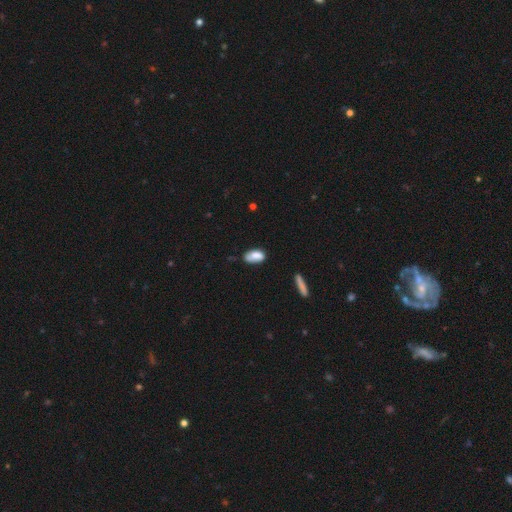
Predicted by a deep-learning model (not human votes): Overall: smooth (77%). How rounded: in between (91%). Merging: none (56%; minor disturbance 30%).